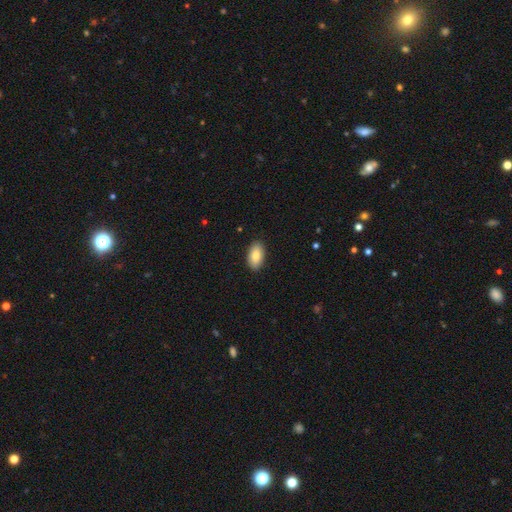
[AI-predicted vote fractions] Morphology: type=smooth (84%); roundness=in between (94%); merging=none (89%).